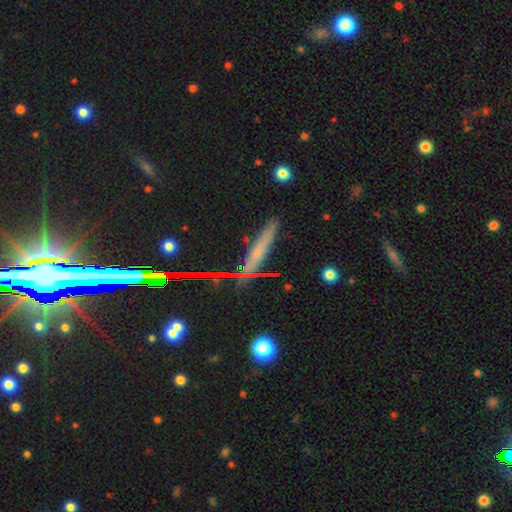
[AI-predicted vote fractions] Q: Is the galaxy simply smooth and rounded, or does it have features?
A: featured or disk — 38%.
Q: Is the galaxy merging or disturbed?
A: none — 69%.